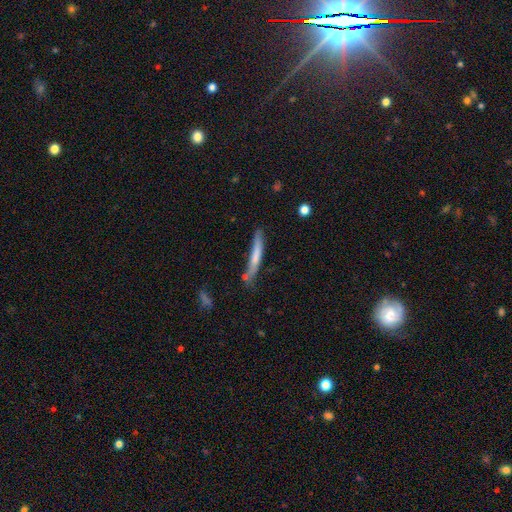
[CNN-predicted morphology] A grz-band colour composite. It shows a smooth galaxy with no disk features (64%) that is cigar-shaped (94%). Merging: none (63%).